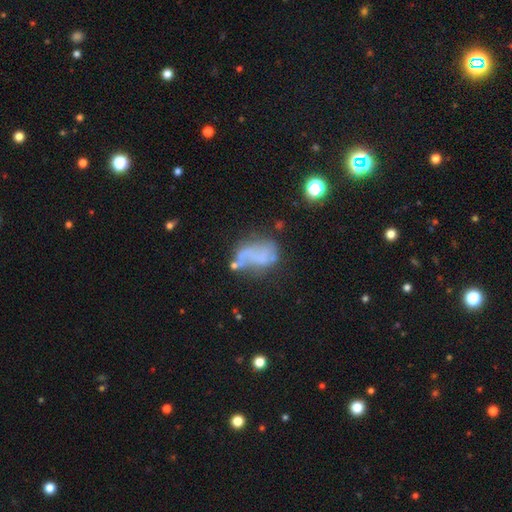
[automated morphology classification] Smooth or featured?
  - featured or disk: 50% *
  - smooth: 36%
  - star or artifact: 14%
Merging?
  - none: 32% *
  - major disturbance: 28%
  - minor disturbance: 24%
  - merger: 16%